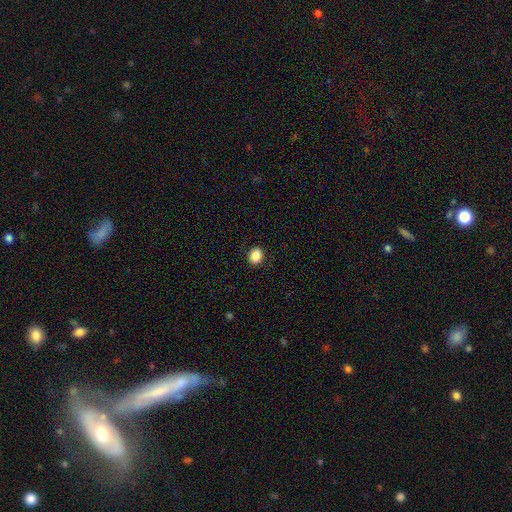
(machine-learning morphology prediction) smooth 88%, star or artifact 9%, featured or disk 3%. Down the decision tree: how rounded — in between (50%); merging — none (90%).